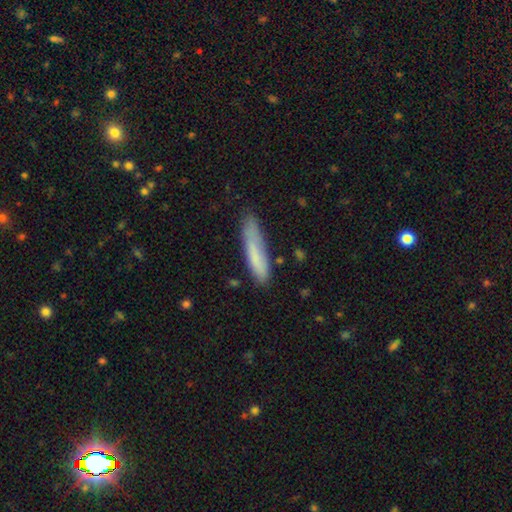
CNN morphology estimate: Q: Smooth or featured?
A: smooth (77%); runner-up: featured or disk (17%)
Q: How rounded?
A: cigar-shaped (85%); runner-up: in between (14%)
Q: Merging?
A: none (70%); runner-up: minor disturbance (23%)